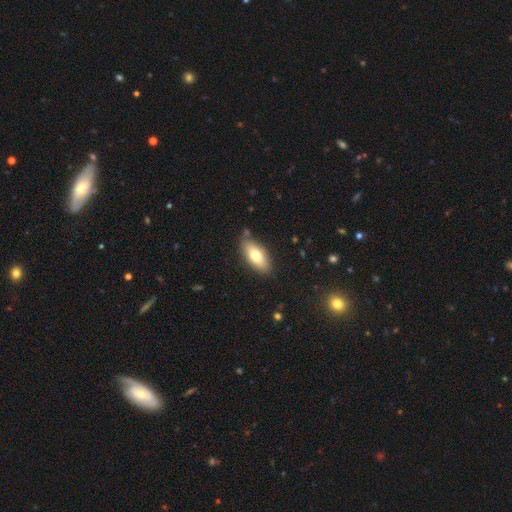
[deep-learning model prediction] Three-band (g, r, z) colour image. It shows a smooth galaxy with no disk features (74%) that is in between round and cigar-shaped (85%). Merging: none (81%).